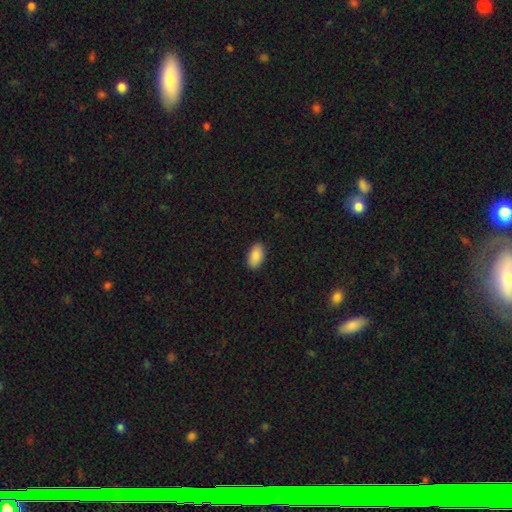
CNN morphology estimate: Smooth or featured?
  - smooth: 91% *
  - star or artifact: 6%
  - featured or disk: 3%
How rounded?
  - in between: 95% *
  - round: 3%
  - cigar-shaped: 2%
Merging?
  - none: 90% *
  - minor disturbance: 8%
  - major disturbance: 2%
  - merger: 1%